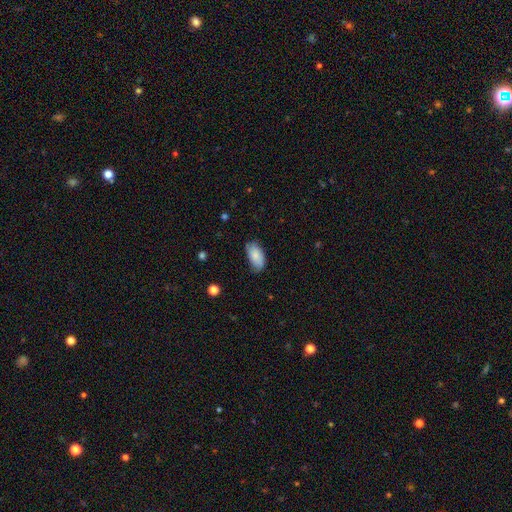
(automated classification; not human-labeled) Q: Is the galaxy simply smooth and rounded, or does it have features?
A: smooth — 83%.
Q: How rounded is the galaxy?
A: in between — 94%.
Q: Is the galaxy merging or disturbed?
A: none — 71%.